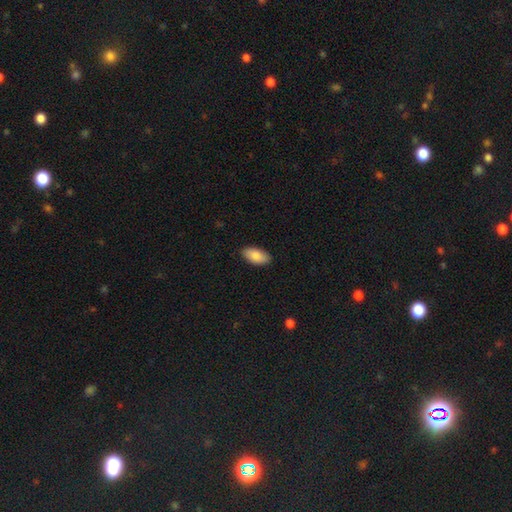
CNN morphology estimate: Overall: smooth (87%). How rounded: in between (94%). Merging: none (89%).